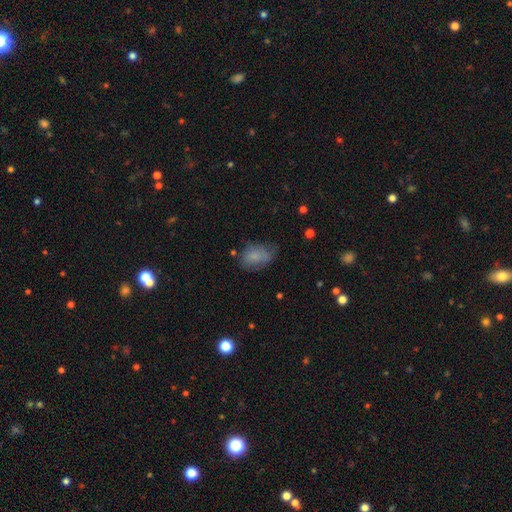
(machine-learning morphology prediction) Smooth or featured?
  - smooth: 76% *
  - featured or disk: 14%
  - star or artifact: 10%
How rounded?
  - in between: 82% *
  - round: 16%
  - cigar-shaped: 2%
Merging?
  - none: 46% *
  - minor disturbance: 35%
  - major disturbance: 16%
  - merger: 3%